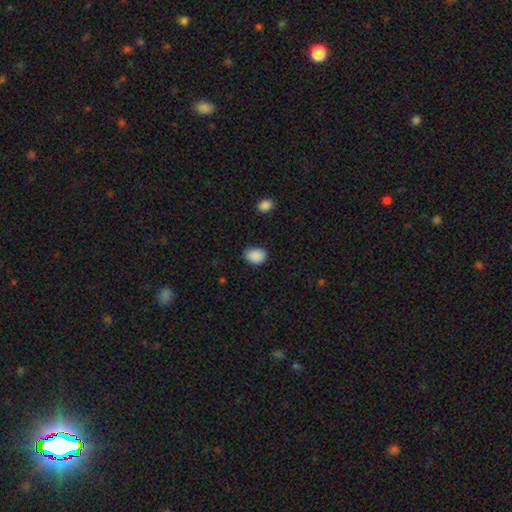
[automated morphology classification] A smooth galaxy with no disk features (89%) that is in between round and cigar-shaped (64%).

Vote fractions:
- Smooth or featured? smooth: 89% / star or artifact: 8% / featured or disk: 3%
- How rounded? in between: 64% / round: 35% / cigar-shaped: 1%
- Merging? none: 82% / minor disturbance: 14% / major disturbance: 3% / merger: 1%